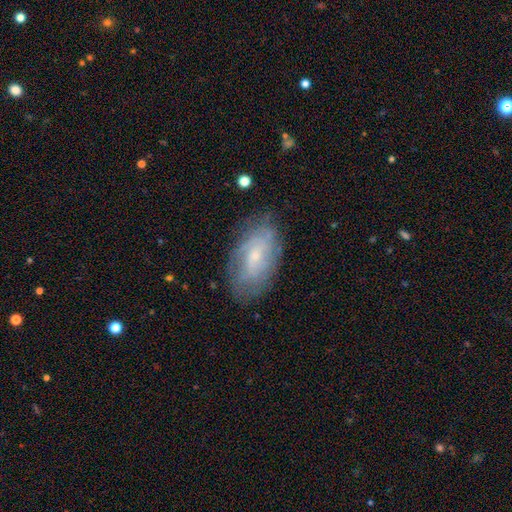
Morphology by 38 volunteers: Smooth or featured?
  - smooth: 50% *
  - featured or disk: 42%
  - star or artifact: 8%
How rounded?
  - in between: 84% *
  - cigar-shaped: 16%
  - round: 0%
Merging?
  - none: 63% *
  - minor disturbance: 37%
  - major disturbance: 0%
  - merger: 0%